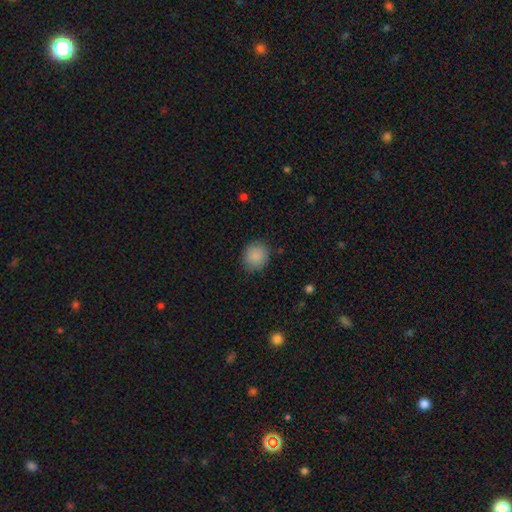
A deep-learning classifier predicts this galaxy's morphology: Smooth or featured: smooth — 88% (star or artifact — 8%)
How rounded: round — 85% (in between — 15%)
Merging: none — 86% (minor disturbance — 10%)